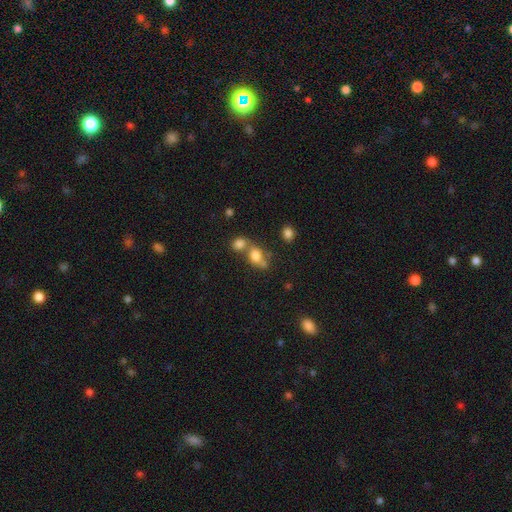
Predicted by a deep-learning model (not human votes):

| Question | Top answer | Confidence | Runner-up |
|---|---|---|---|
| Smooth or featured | smooth | 75% | star or artifact (13%) |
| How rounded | in between | 51% | round (47%) |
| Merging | merger | 49% | none (35%) |